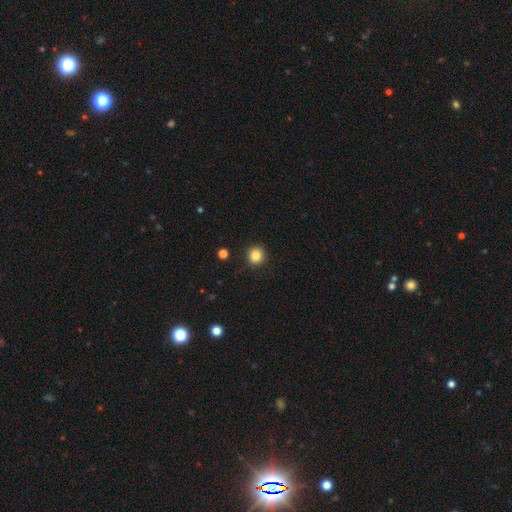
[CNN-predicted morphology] Smooth or featured? smooth (84%)
How rounded? round (93%)
Merging? none (91%)